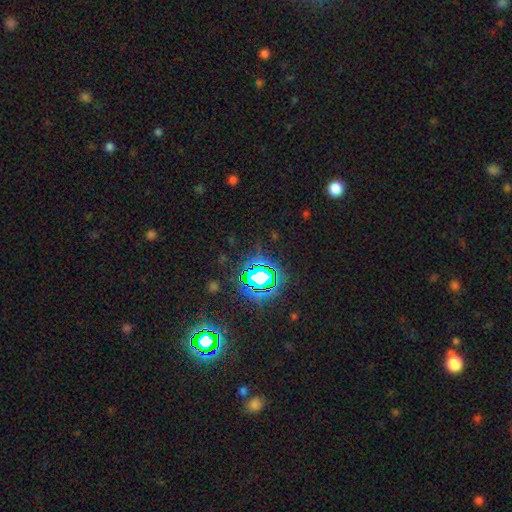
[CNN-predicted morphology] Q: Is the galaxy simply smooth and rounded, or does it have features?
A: star or artifact — 81%.